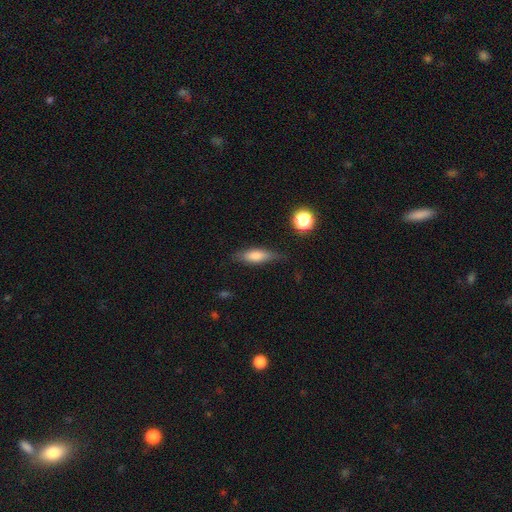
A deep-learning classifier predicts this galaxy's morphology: This appears to be a smooth galaxy with no disk features (71%) that is in between round and cigar-shaped (51%). Merging: none (73%).